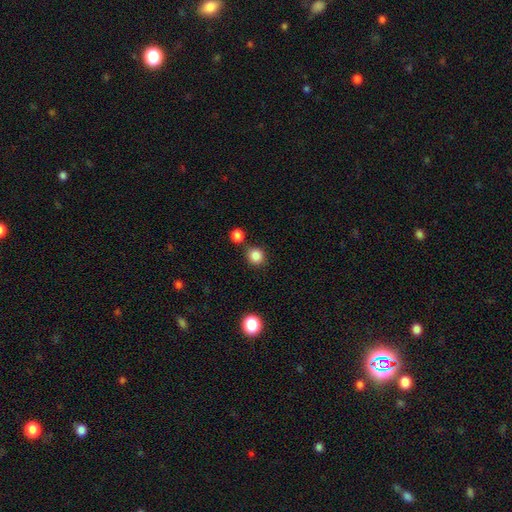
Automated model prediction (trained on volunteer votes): This appears to be a smooth galaxy with no disk features (85%) that is round (89%). Merging: none (77%).